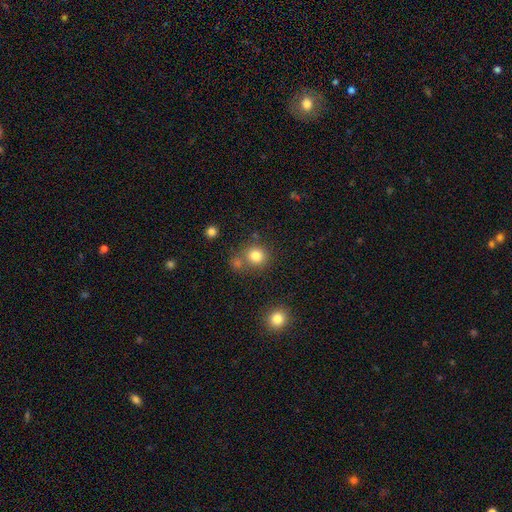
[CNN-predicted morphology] Overall: smooth (81%). How rounded: round (88%). Merging: none (68%).